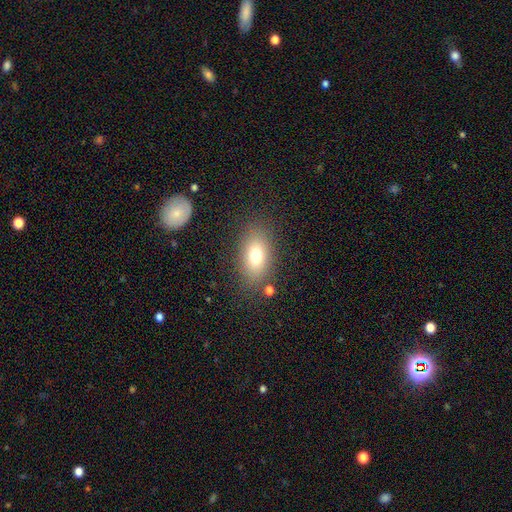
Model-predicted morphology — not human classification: This is likely a smooth galaxy (73%). How rounded: clearly in between (84%). Merging: clearly none (82%).